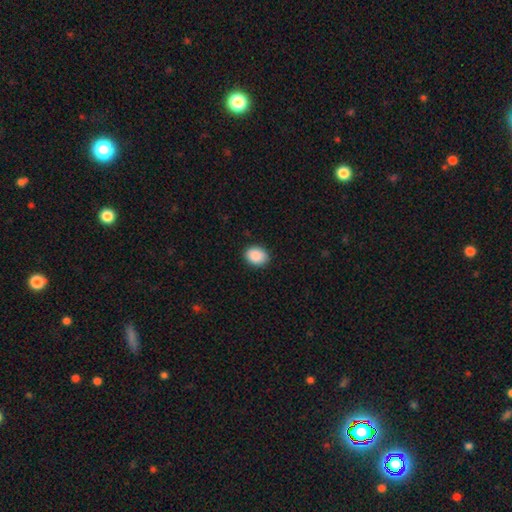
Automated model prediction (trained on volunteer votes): Morphology: type=smooth (89%); roundness=in between (62%); merging=none (89%).